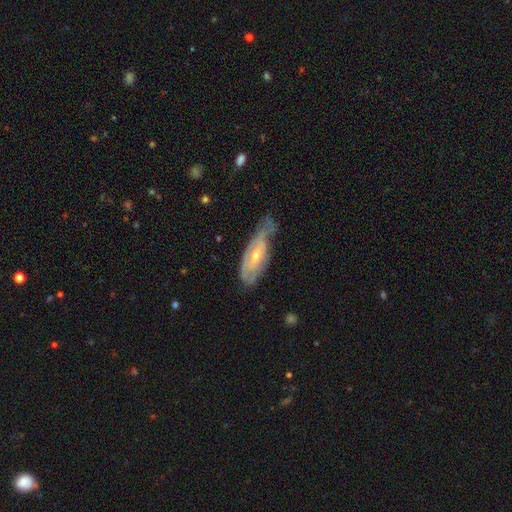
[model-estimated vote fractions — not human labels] A featured or disk galaxy (68%) with no bar (57%), spiral arms (71%) and a small central bulge (56%). Merging: minor disturbance (37%).